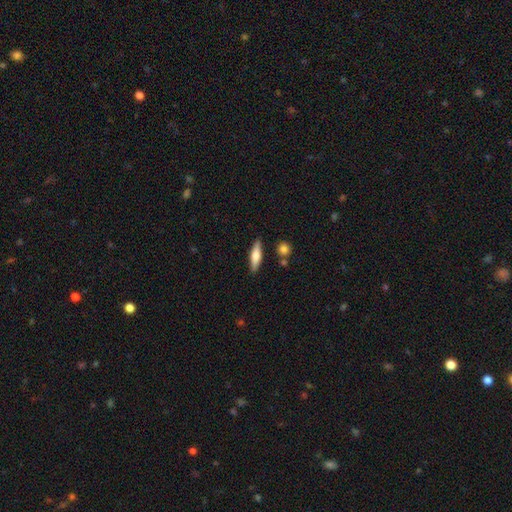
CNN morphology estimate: Smooth or featured? smooth (64%)
How rounded? cigar-shaped (66%)
Merging? none (85%)